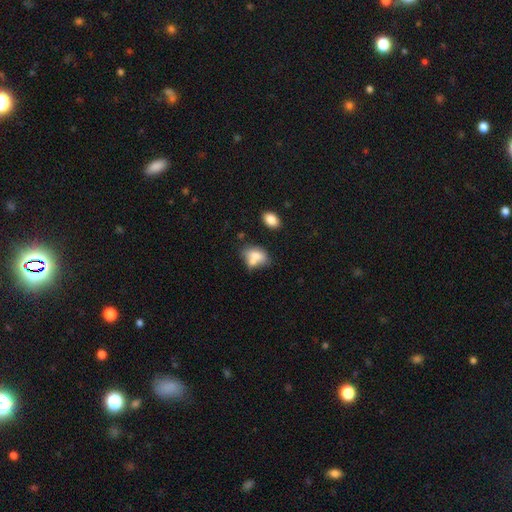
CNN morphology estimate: A smooth galaxy with no disk features (71%) that is in between round and cigar-shaped (77%).

Vote fractions:
- Smooth or featured? smooth: 71% / featured or disk: 19% / star or artifact: 9%
- How rounded? in between: 77% / round: 21% / cigar-shaped: 2%
- Merging? merger: 41% / none: 37% / minor disturbance: 16% / major disturbance: 6%